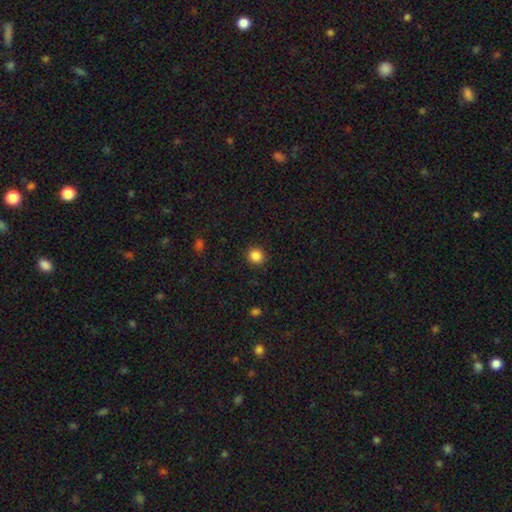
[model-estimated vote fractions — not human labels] Overall: smooth (86%). How rounded: round (84%). Merging: none (90%).